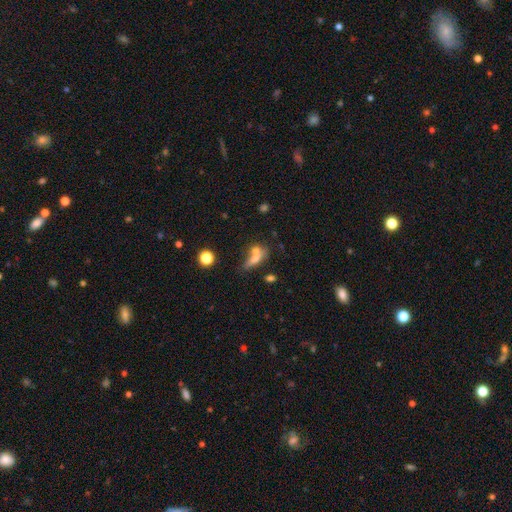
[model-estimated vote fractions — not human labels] smooth 64%, featured or disk 24%, star or artifact 12%. Down the decision tree: how rounded — in between (53%); merging — merger (48%).